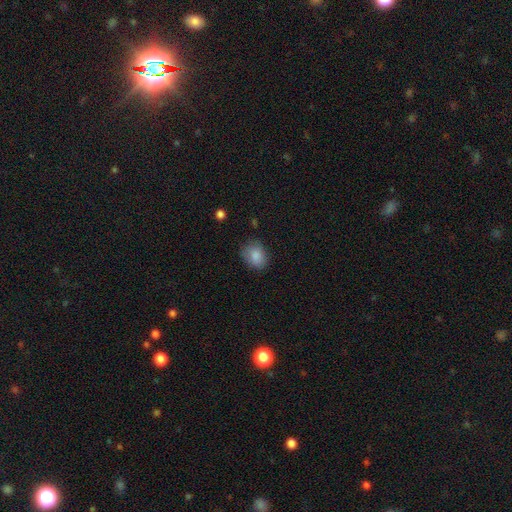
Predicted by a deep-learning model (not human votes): Q: Smooth or featured?
A: smooth (85%); runner-up: star or artifact (8%)
Q: How rounded?
A: in between (61%); runner-up: round (38%)
Q: Merging?
A: none (72%); runner-up: minor disturbance (21%)